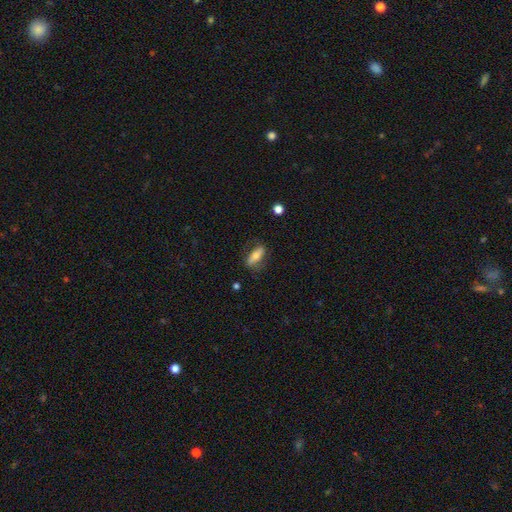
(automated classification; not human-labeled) smooth 58%, featured or disk 35%, star or artifact 7%. Down the decision tree: how rounded — in between (67%); merging — none (71%).